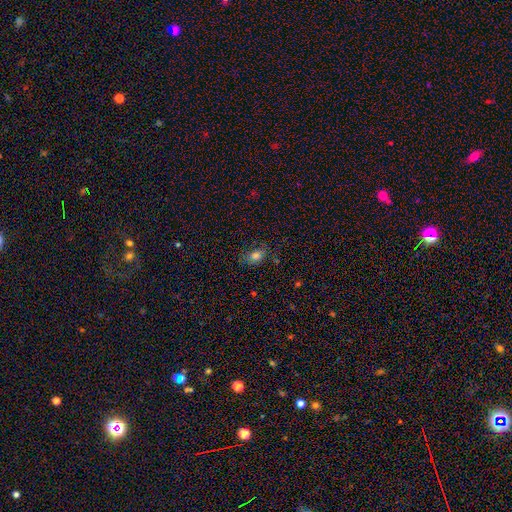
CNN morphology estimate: Smooth or featured? smooth (79%)
How rounded? in between (78%)
Merging? none (71%)